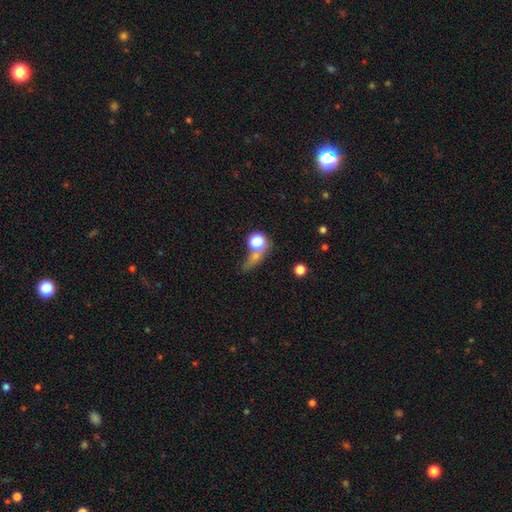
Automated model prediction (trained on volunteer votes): Q: Smooth or featured?
A: smooth (59%); runner-up: star or artifact (25%)
Q: How rounded?
A: round (62%); runner-up: in between (25%)
Q: Merging?
A: none (44%); runner-up: merger (24%)